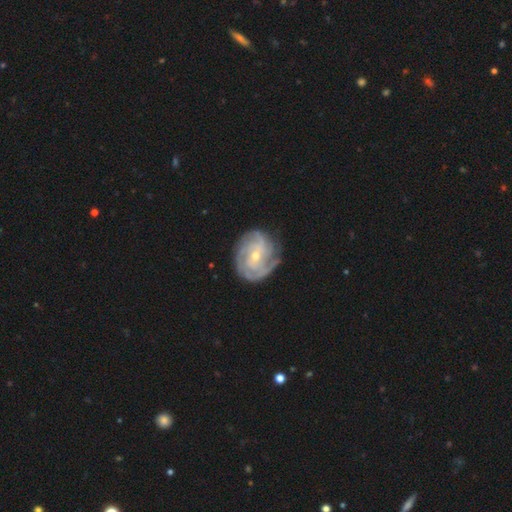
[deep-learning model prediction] Morphology: type=featured or disk (88%); edge-on=no (98%); bar=no (61%); spiral arms=yes (97%); winding=tight (70%); arm count=3 (29%); bulge=small (54%); merging=none (75%).